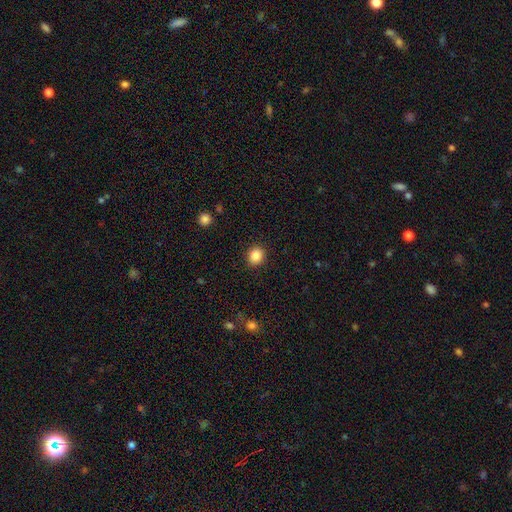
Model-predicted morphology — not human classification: Smooth or featured? smooth (85%)
How rounded? round (84%)
Merging? none (91%)